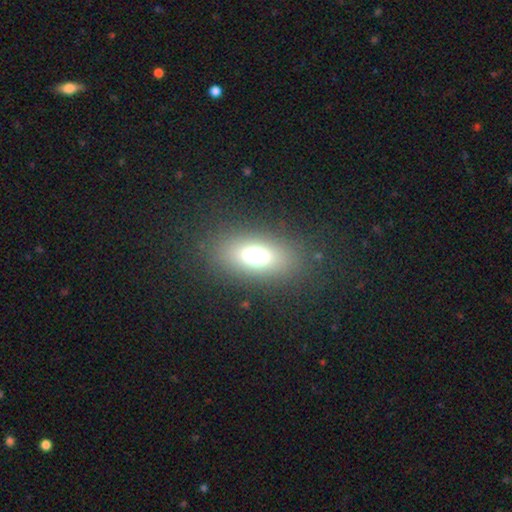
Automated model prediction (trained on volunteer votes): This appears to be a smooth galaxy with no disk features (65%) that is in between round and cigar-shaped (78%). Merging: none (83%).